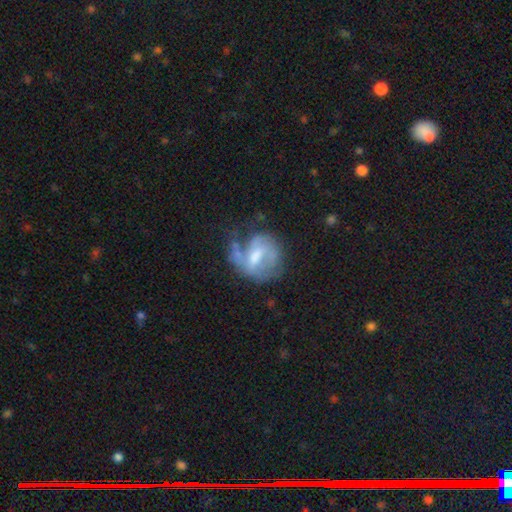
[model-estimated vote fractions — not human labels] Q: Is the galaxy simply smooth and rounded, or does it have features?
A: featured or disk — 68%.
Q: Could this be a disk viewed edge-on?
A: no — 97%.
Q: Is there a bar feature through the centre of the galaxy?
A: weak — 51%.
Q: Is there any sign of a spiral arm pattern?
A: yes — 70%.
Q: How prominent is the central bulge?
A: moderate — 51%.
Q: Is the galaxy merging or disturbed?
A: none — 42%.